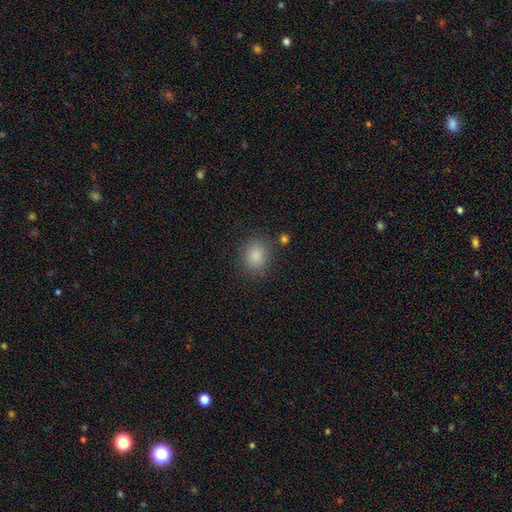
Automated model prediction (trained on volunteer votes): Smooth or featured?
  - smooth: 86% *
  - star or artifact: 10%
  - featured or disk: 5%
How rounded?
  - round: 70% *
  - in between: 29%
  - cigar-shaped: 1%
Merging?
  - none: 84% *
  - minor disturbance: 10%
  - major disturbance: 3%
  - merger: 3%